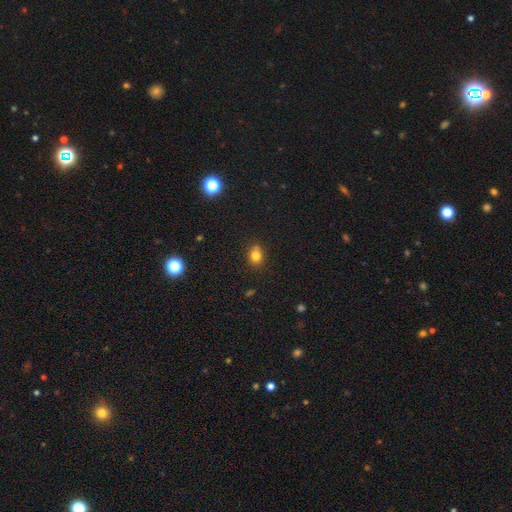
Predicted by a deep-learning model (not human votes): smooth 80%, star or artifact 13%, featured or disk 7%. Down the decision tree: how rounded — round (51%); merging — none (82%).